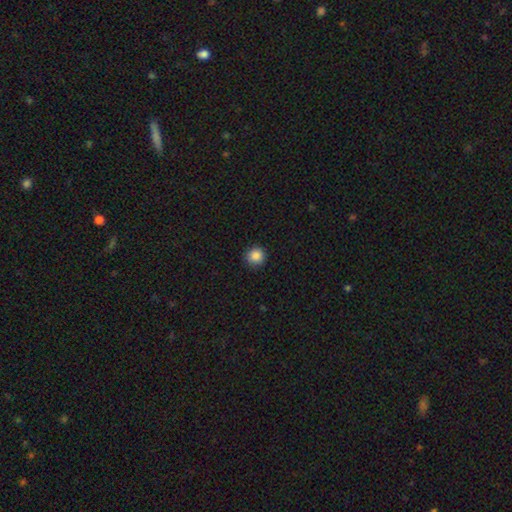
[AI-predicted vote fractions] A smooth galaxy with no disk features (87%) that is round (93%).

Vote fractions:
- Smooth or featured? smooth: 87% / star or artifact: 10% / featured or disk: 3%
- How rounded? round: 93% / in between: 6% / cigar-shaped: 1%
- Merging? none: 90% / minor disturbance: 7% / major disturbance: 2% / merger: 1%